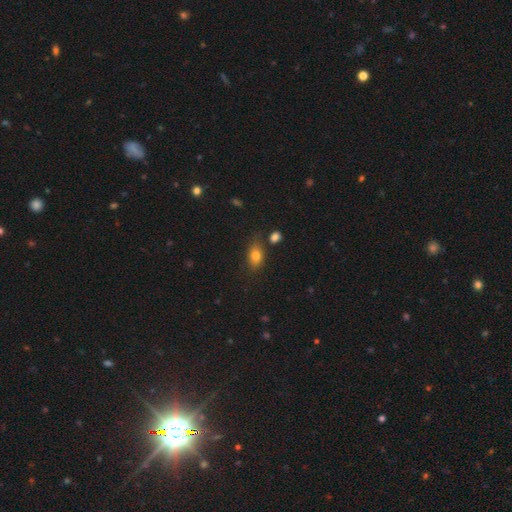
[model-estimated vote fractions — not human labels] A smooth galaxy with no disk features (79%) that is in between round and cigar-shaped (81%). Merging: none (66%).